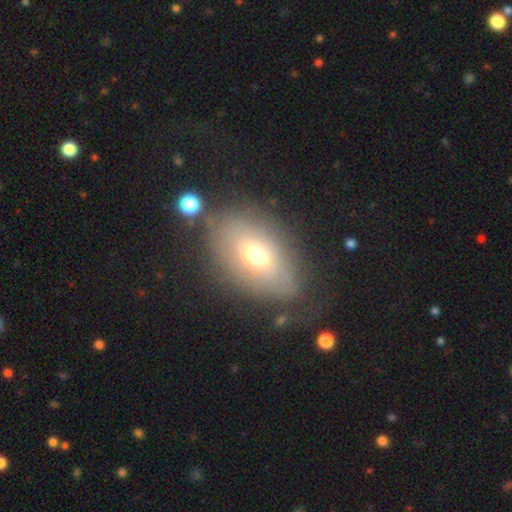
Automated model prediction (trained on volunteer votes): smooth 52%, featured or disk 39%, star or artifact 9%. Down the decision tree: how rounded — in between (87%); merging — none (67%).